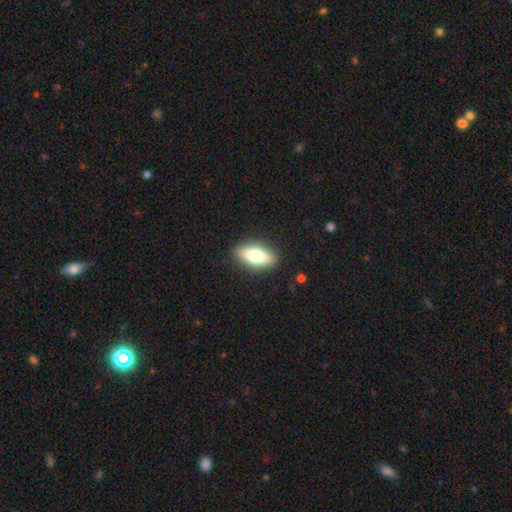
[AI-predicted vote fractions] Smooth or featured?
  - smooth: 67% *
  - featured or disk: 26%
  - star or artifact: 7%
How rounded?
  - in between: 75% *
  - cigar-shaped: 21%
  - round: 4%
Merging?
  - none: 88% *
  - minor disturbance: 9%
  - major disturbance: 2%
  - merger: 1%